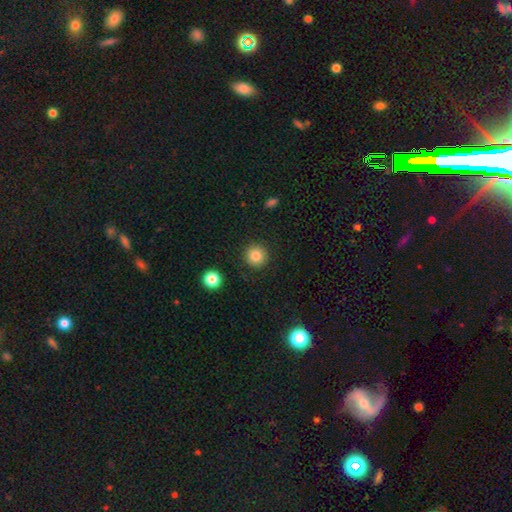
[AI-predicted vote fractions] This is clearly a smooth galaxy (83%). How rounded: clearly round (94%). Merging: clearly none (89%).